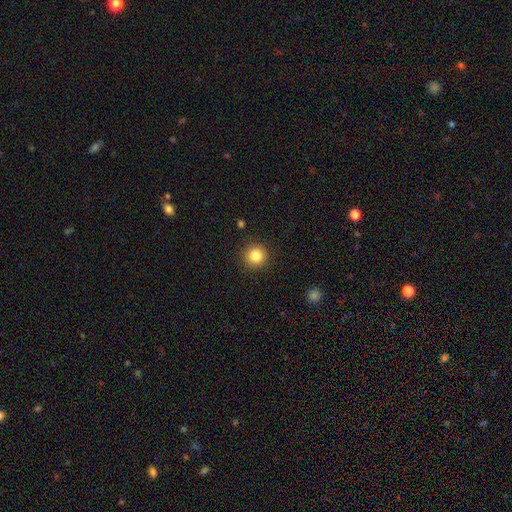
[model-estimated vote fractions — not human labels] Smooth or featured: smooth — 84% (star or artifact — 10%)
How rounded: round — 95% (in between — 4%)
Merging: none — 91% (minor disturbance — 6%)